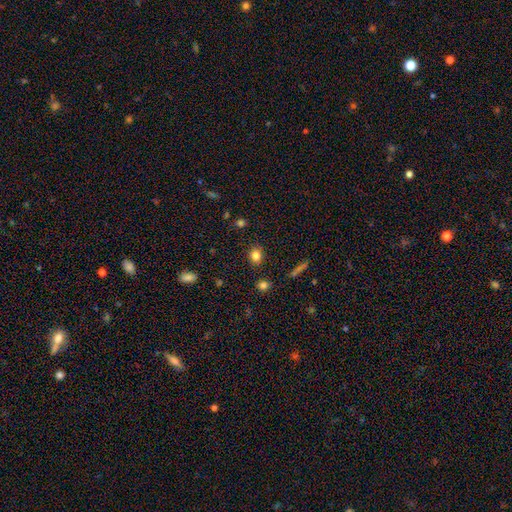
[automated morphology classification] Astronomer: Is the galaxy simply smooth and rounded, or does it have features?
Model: smooth — 83%.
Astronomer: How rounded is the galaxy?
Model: round — 55% (runner-up: in between, 43%).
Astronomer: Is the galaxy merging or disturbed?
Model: none — 86%.